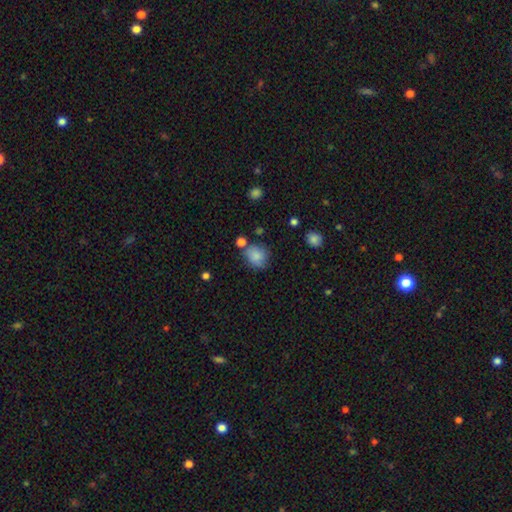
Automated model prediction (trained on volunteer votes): Smooth or featured?
  - smooth: 83% *
  - star or artifact: 9%
  - featured or disk: 8%
How rounded?
  - round: 74% *
  - in between: 25%
  - cigar-shaped: 1%
Merging?
  - none: 67% *
  - minor disturbance: 19%
  - merger: 9%
  - major disturbance: 6%